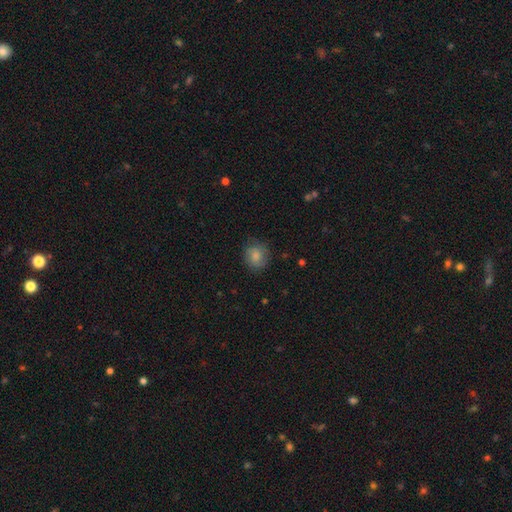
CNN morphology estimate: Smooth or featured: smooth — 80% (featured or disk — 12%)
How rounded: round — 81% (in between — 18%)
Merging: none — 76% (minor disturbance — 17%)